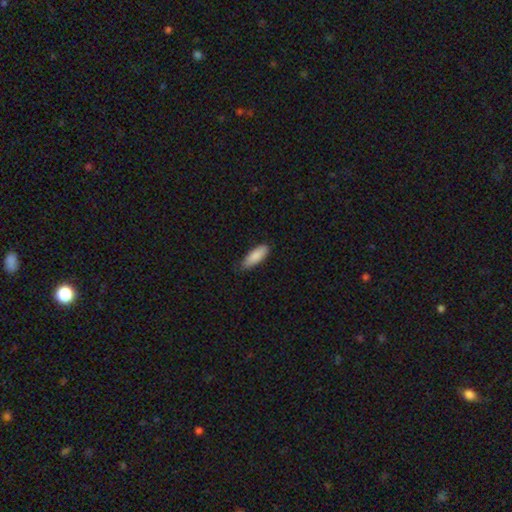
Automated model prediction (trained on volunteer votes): Overall: smooth (88%). How rounded: in between (60%; cigar-shaped 39%). Merging: none (78%).